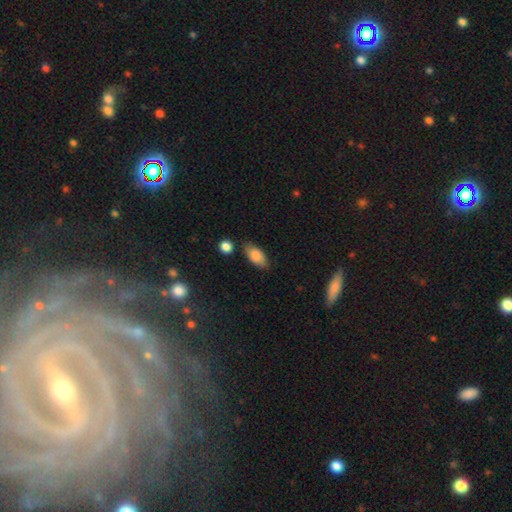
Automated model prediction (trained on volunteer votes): smooth-or-featured: smooth: 84% | featured or disk: 9% | star or artifact: 7%
  how-rounded: in between: 90% | cigar-shaped: 7% | round: 3%
  merging: none: 76% | minor disturbance: 16% | merger: 4% | major disturbance: 3%